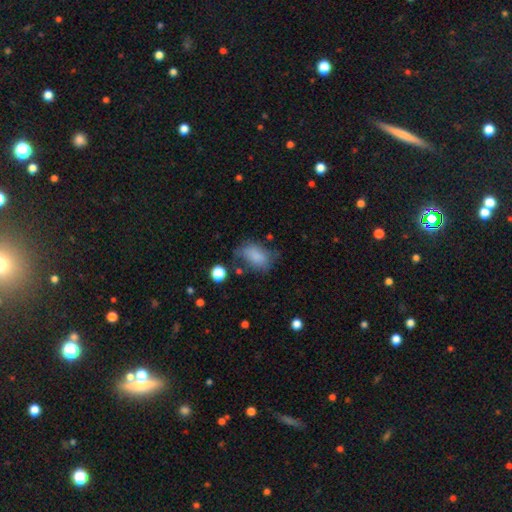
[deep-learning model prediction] Morphology: type=smooth (77%); roundness=in between (85%); merging=none (47%).